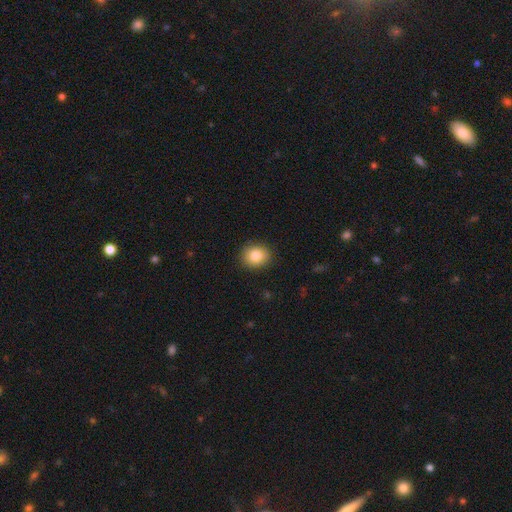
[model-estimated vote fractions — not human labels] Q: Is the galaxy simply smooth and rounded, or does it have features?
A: smooth — 84%.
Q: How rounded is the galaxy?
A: round — 71%.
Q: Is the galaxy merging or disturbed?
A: none — 90%.